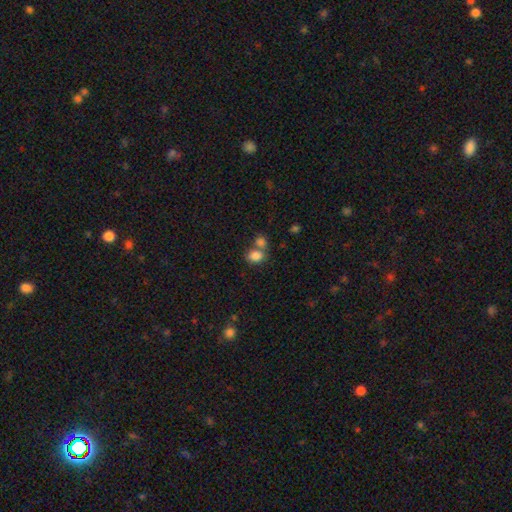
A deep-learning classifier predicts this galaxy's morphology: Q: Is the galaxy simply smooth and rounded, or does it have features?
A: smooth — 83%.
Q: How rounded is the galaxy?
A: in between — 64%.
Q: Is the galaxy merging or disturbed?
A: none — 43%, tied with merger.